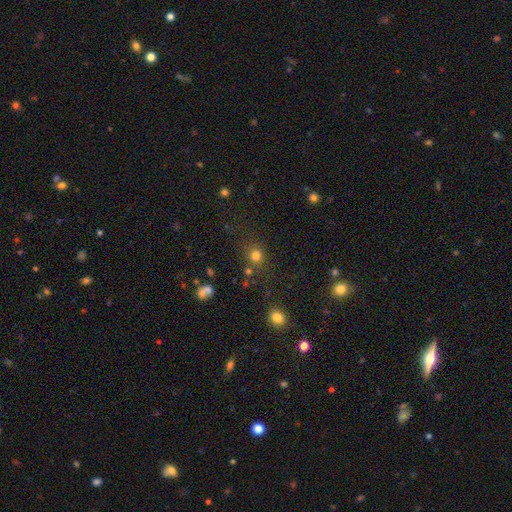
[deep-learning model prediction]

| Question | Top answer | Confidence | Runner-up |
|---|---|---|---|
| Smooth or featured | smooth | 76% | star or artifact (17%) |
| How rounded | round | 83% | in between (16%) |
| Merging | none | 73% | minor disturbance (12%) |